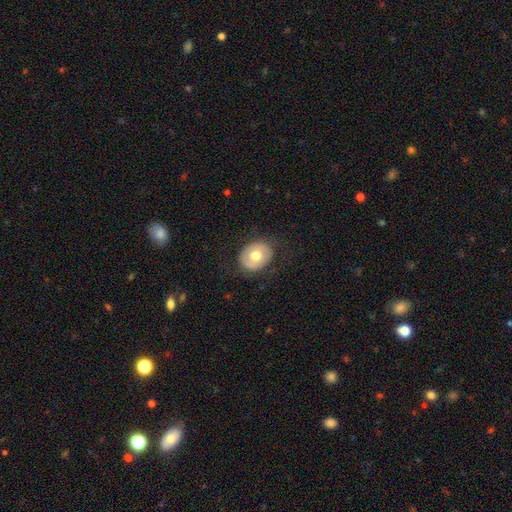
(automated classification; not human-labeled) The model was most divided on "how rounded": in between: 51%, round: 48%, cigar-shaped: 1%. More confident: merging — none (80%); smooth or featured — smooth (63%).